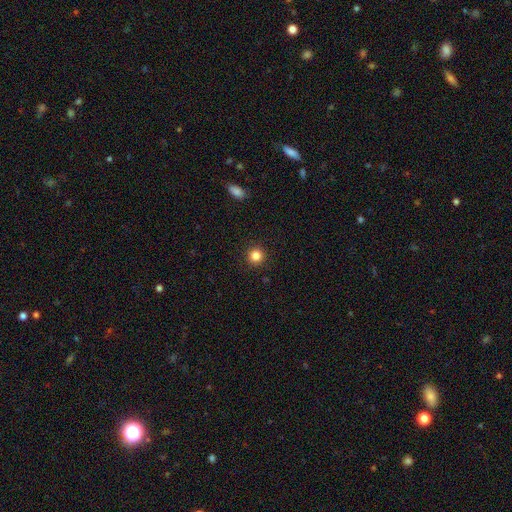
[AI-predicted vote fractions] Q: Smooth or featured?
A: smooth (84%); runner-up: star or artifact (12%)
Q: How rounded?
A: round (95%); runner-up: in between (4%)
Q: Merging?
A: none (92%); runner-up: minor disturbance (5%)